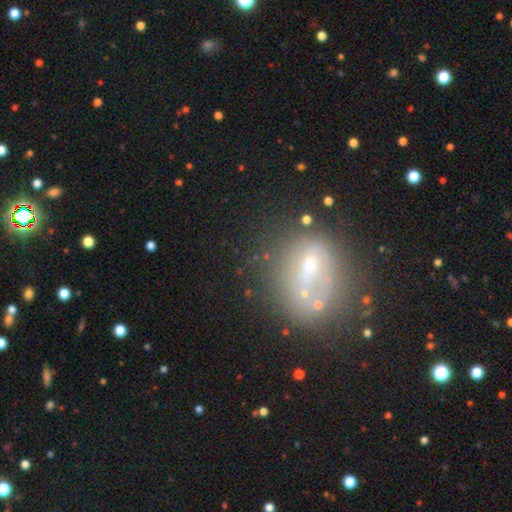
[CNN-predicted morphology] featured or disk 42%, smooth 38%, star or artifact 20%. Down the decision tree: merging — none (42%).